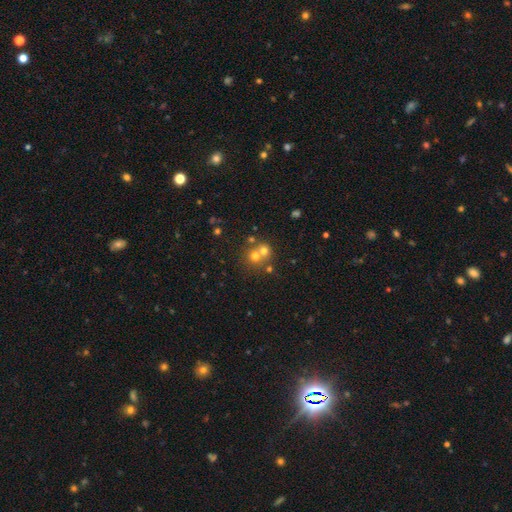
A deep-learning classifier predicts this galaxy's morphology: smooth_or_featured: smooth (p=0.63) [alt: star or artifact p=0.19]
how_rounded: round (p=0.86) [alt: in between p=0.13]
merging: merger (p=0.48) [alt: none p=0.43]